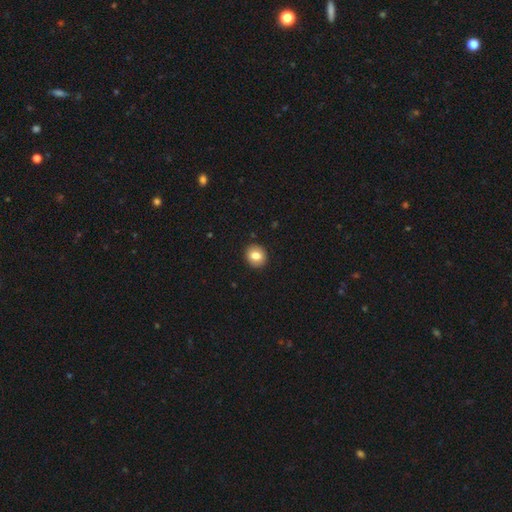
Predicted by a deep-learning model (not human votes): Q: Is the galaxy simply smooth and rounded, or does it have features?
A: smooth — 80%.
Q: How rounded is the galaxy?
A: round — 78%.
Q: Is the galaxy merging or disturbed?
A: none — 91%.